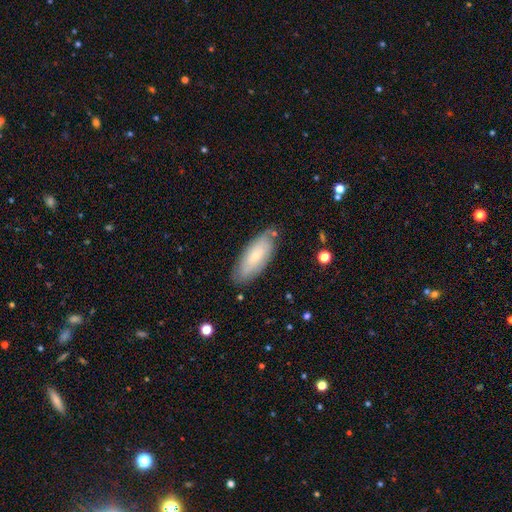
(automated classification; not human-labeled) smooth 61%, featured or disk 33%, star or artifact 7%. Down the decision tree: how rounded — in between (77%); merging — none (77%).